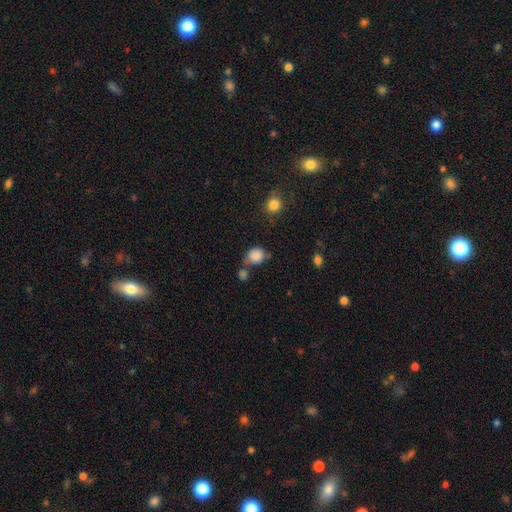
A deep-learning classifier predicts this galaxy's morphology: A smooth galaxy with no disk features (86%) that is round (64%).

Vote fractions:
- Smooth or featured? smooth: 86% / star or artifact: 9% / featured or disk: 5%
- How rounded? round: 64% / in between: 35% / cigar-shaped: 1%
- Merging? none: 54% / merger: 21% / minor disturbance: 18% / major disturbance: 7%